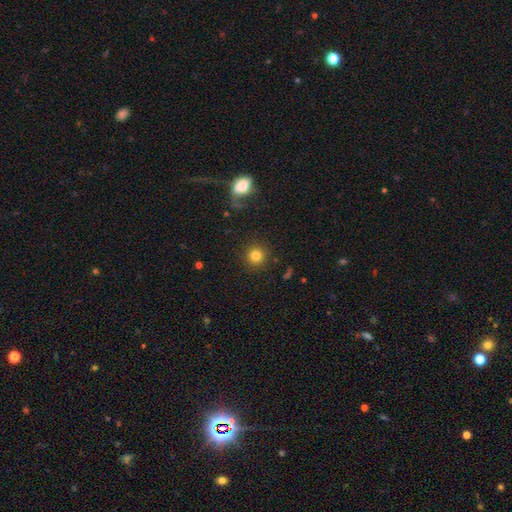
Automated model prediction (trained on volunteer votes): smooth-or-featured: smooth: 82% | star or artifact: 12% | featured or disk: 6%
  how-rounded: round: 94% | in between: 5% | cigar-shaped: 1%
  merging: none: 89% | minor disturbance: 6% | major disturbance: 3% | merger: 2%